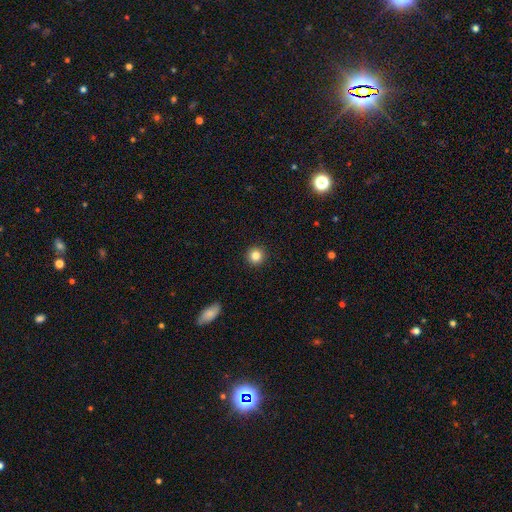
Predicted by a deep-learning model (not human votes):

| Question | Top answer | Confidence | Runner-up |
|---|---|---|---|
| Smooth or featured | smooth | 84% | star or artifact (11%) |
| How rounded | round | 95% | in between (4%) |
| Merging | none | 93% | minor disturbance (4%) |